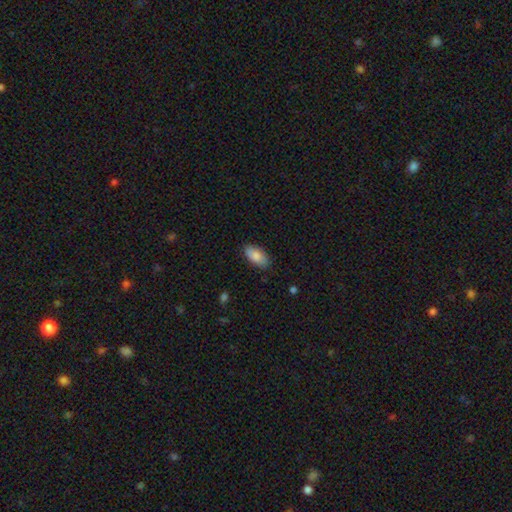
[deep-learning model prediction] Smooth or featured? smooth (86%)
How rounded? in between (93%)
Merging? none (85%)